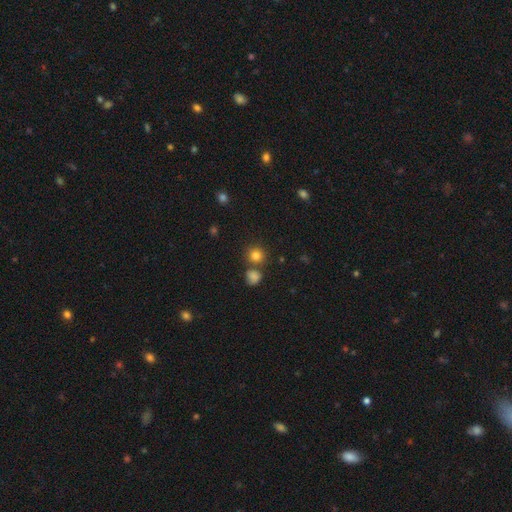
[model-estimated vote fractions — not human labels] Smooth or featured: smooth — 81% (star or artifact — 13%)
How rounded: round — 90% (in between — 9%)
Merging: none — 71% (merger — 17%)